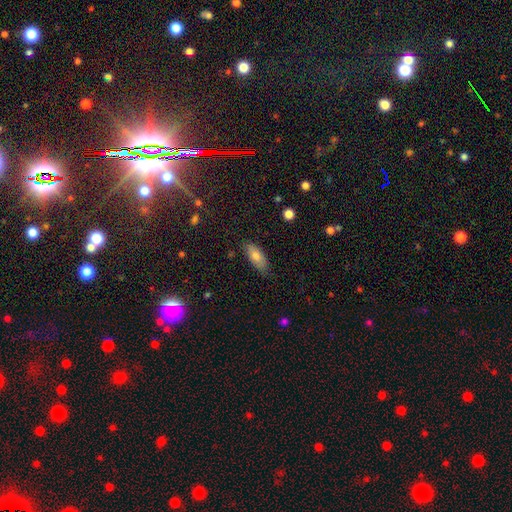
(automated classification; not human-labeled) This appears to be a smooth galaxy with no disk features (76%) that is in between round and cigar-shaped (80%). Merging: none (79%).